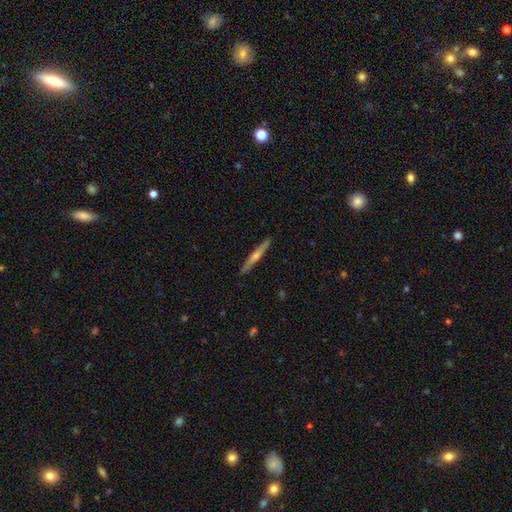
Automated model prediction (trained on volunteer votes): Smooth or featured?
  - featured or disk: 65% *
  - smooth: 29%
  - star or artifact: 6%
Edge-on disk?
  - yes: 98% *
  - no: 2%
Edge-on bulge?
  - rounded: 79% *
  - none: 17%
  - boxy: 4%
Merging?
  - none: 91% *
  - minor disturbance: 6%
  - major disturbance: 1%
  - merger: 1%